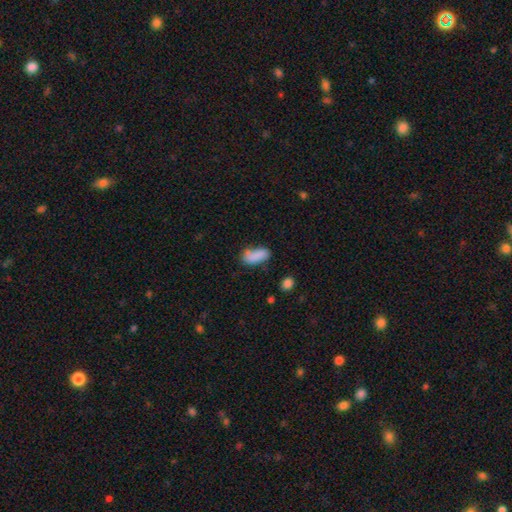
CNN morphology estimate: Q: Smooth or featured?
A: smooth (83%); runner-up: featured or disk (9%)
Q: How rounded?
A: in between (84%); runner-up: cigar-shaped (13%)
Q: Merging?
A: none (52%); runner-up: minor disturbance (28%)